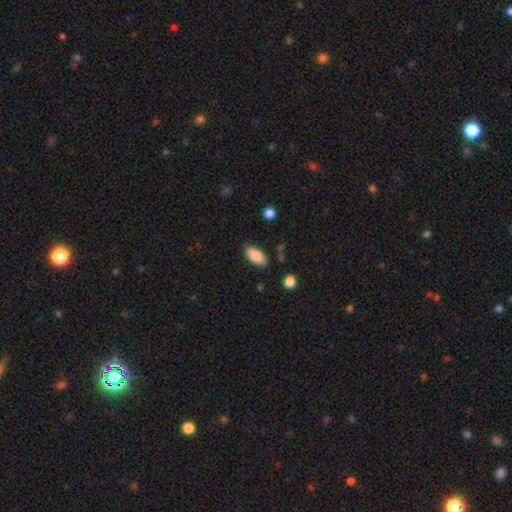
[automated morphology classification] This appears to be a smooth galaxy with no disk features (82%) that is in between round and cigar-shaped (91%). Merging: none (83%).